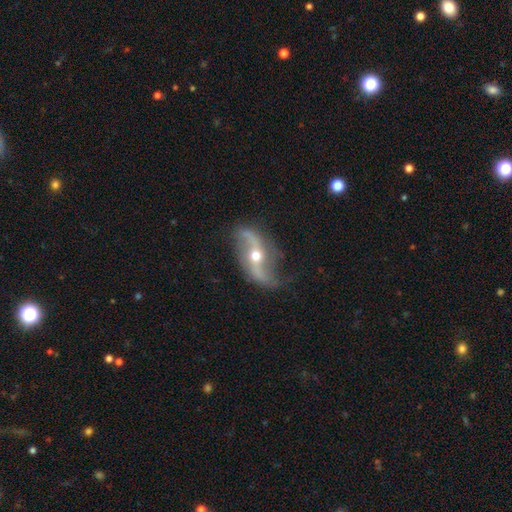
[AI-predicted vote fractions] featured or disk 88%, smooth 7%, star or artifact 5%. Down the decision tree: edge-on disk — no (94%); bar — no (45%); spiral arms — yes (95%); spiral arm count — 2 (94%); spiral winding — loose (83%); bulge size — moderate (65%); merging — none (75%).